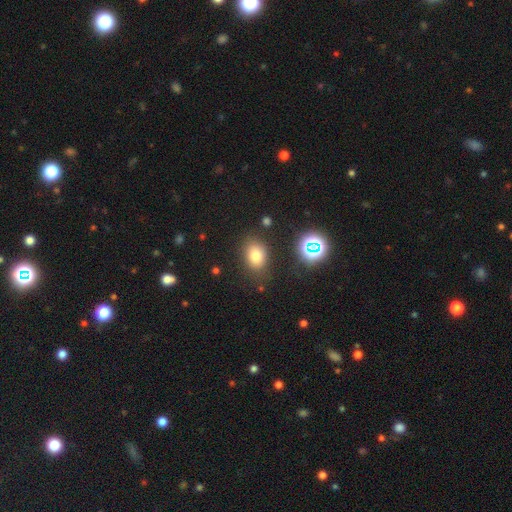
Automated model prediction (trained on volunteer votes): Q: Smooth or featured?
A: smooth (76%); runner-up: star or artifact (15%)
Q: How rounded?
A: in between (72%); runner-up: round (27%)
Q: Merging?
A: none (79%); runner-up: minor disturbance (13%)